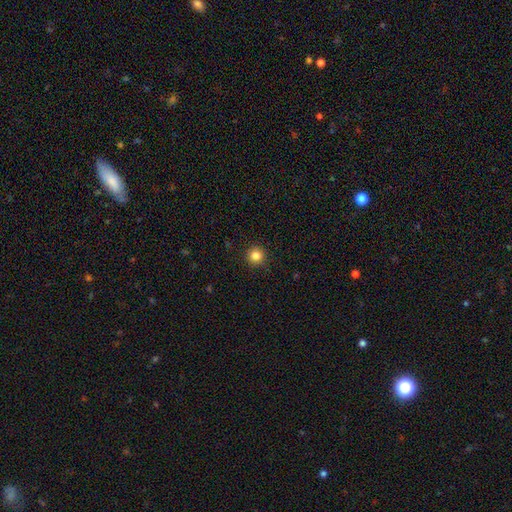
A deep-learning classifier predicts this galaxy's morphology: Q: Smooth or featured?
A: smooth (84%); runner-up: star or artifact (12%)
Q: How rounded?
A: round (95%); runner-up: in between (4%)
Q: Merging?
A: none (93%); runner-up: minor disturbance (5%)